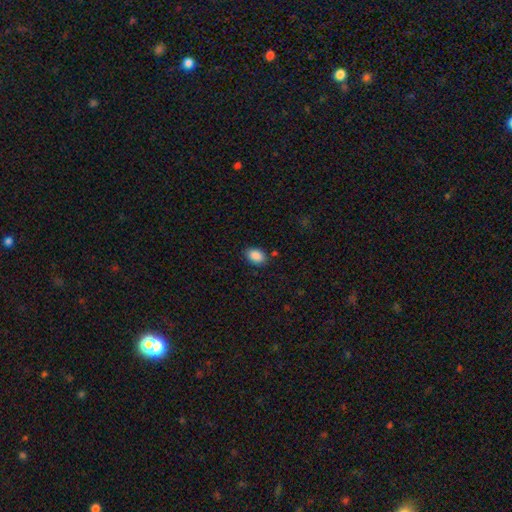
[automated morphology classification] Smooth or featured?
  - smooth: 89% *
  - star or artifact: 8%
  - featured or disk: 3%
How rounded?
  - in between: 84% *
  - round: 15%
  - cigar-shaped: 1%
Merging?
  - none: 84% *
  - minor disturbance: 11%
  - major disturbance: 3%
  - merger: 2%